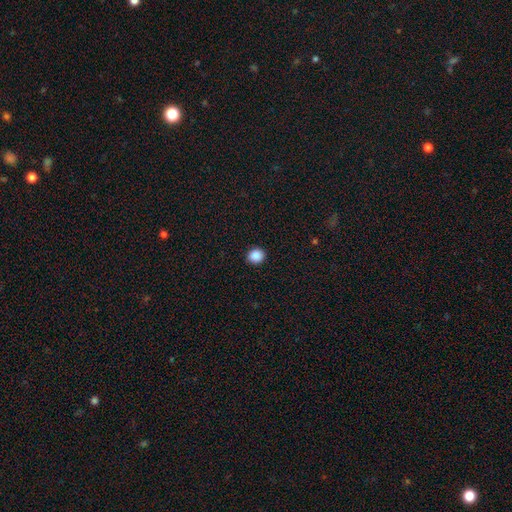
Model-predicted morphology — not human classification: smooth_or_featured: smooth (p=0.88) [alt: star or artifact p=0.10]
how_rounded: round (p=0.82) [alt: in between p=0.17]
merging: none (p=0.91) [alt: minor disturbance p=0.06]